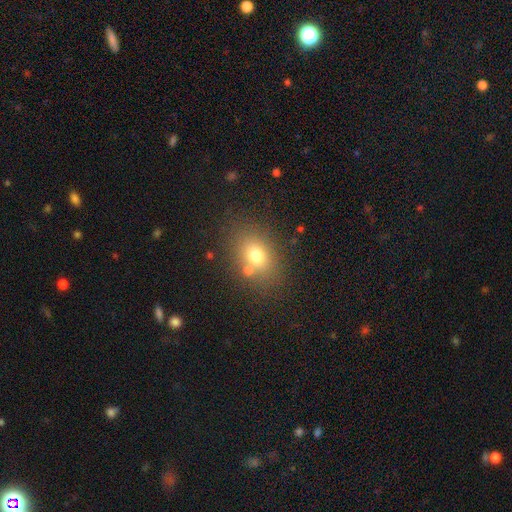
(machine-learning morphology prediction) Q: Smooth or featured?
A: smooth (72%); runner-up: star or artifact (15%)
Q: How rounded?
A: in between (62%); runner-up: round (37%)
Q: Merging?
A: none (72%); runner-up: merger (12%)